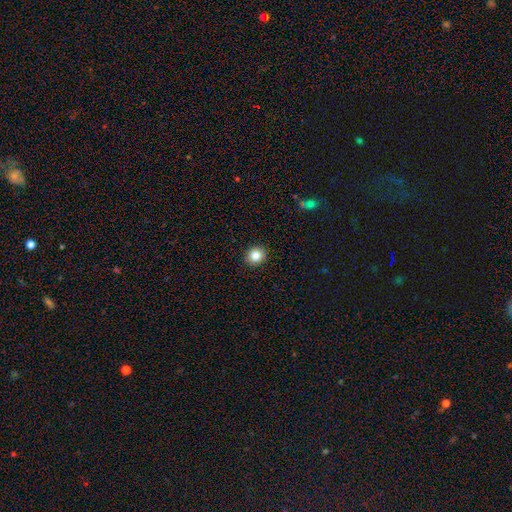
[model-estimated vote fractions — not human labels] smooth 82%, star or artifact 10%, featured or disk 7%. Down the decision tree: how rounded — round (82%); merging — none (92%).